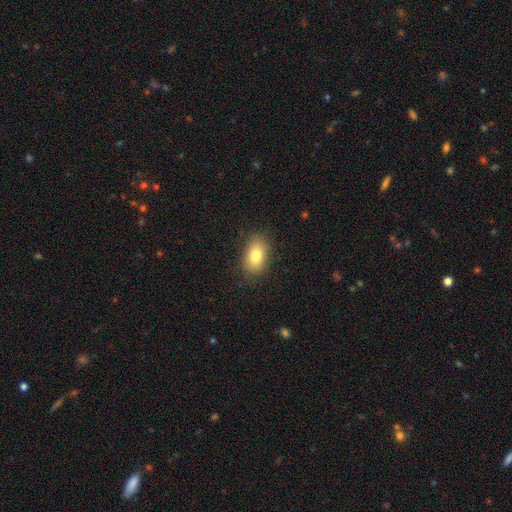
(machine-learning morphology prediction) A smooth galaxy with no disk features (80%) that is in between round and cigar-shaped (86%).

Vote fractions:
- Smooth or featured? smooth: 80% / featured or disk: 11% / star or artifact: 9%
- How rounded? in between: 86% / round: 12% / cigar-shaped: 2%
- Merging? none: 84% / minor disturbance: 12% / major disturbance: 3% / merger: 1%